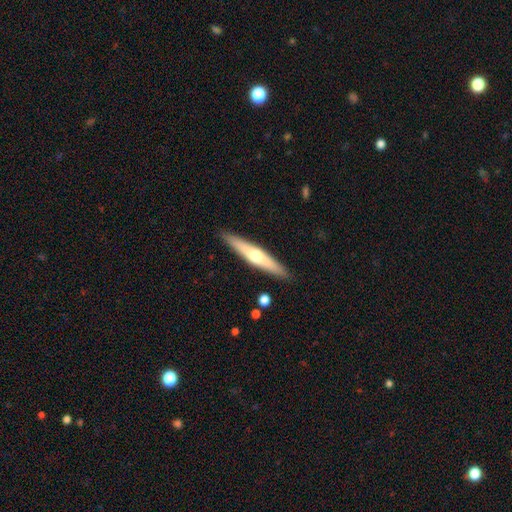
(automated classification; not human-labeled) featured or disk 53%, smooth 42%, star or artifact 5%. Down the decision tree: edge-on disk — yes (93%); merging — none (90%).